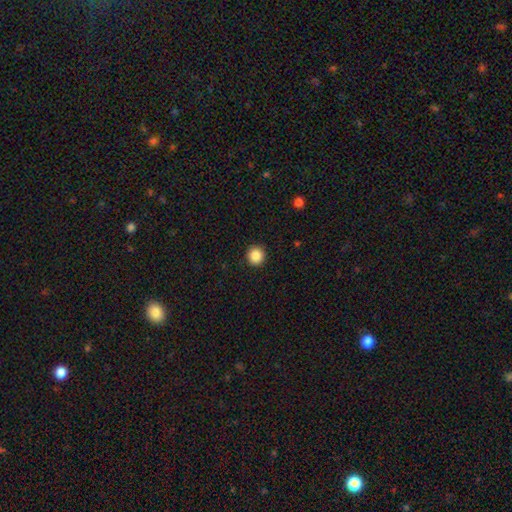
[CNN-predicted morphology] Smooth or featured? Predicted: smooth (p=0.87). How rounded? Predicted: round (p=0.94). Merging? Predicted: none (p=0.92).